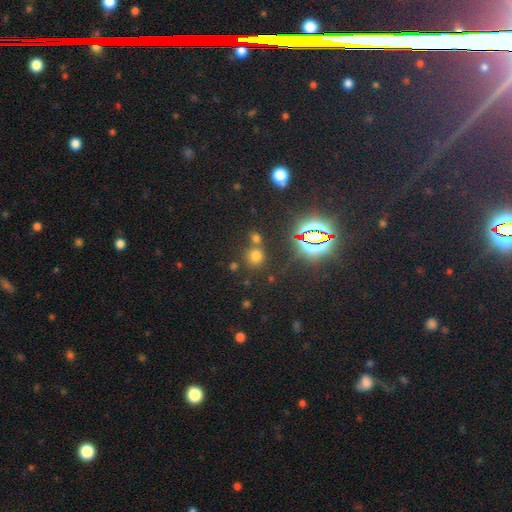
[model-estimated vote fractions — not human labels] Smooth or featured: smooth — 59% (star or artifact — 34%)
How rounded: round — 87% (in between — 12%)
Merging: none — 66% (merger — 22%)